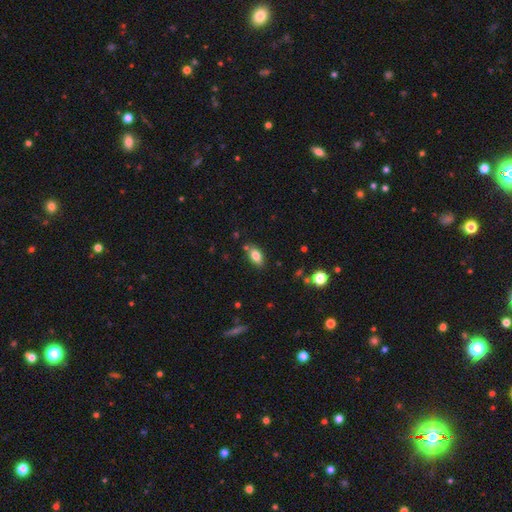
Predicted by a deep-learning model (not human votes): A smooth galaxy with no disk features (80%) that is in between round and cigar-shaped (89%).

Vote fractions:
- Smooth or featured? smooth: 80% / featured or disk: 11% / star or artifact: 9%
- How rounded? in between: 89% / round: 7% / cigar-shaped: 4%
- Merging? none: 78% / minor disturbance: 14% / merger: 5% / major disturbance: 3%